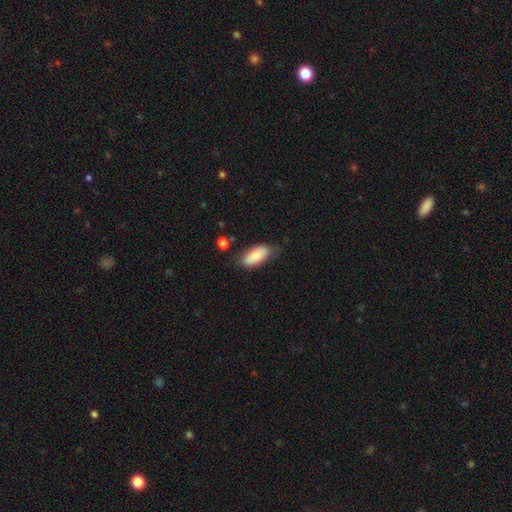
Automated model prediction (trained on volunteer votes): Smooth or featured: smooth — 82% (featured or disk — 11%)
How rounded: in between — 90% (cigar-shaped — 8%)
Merging: none — 66% (minor disturbance — 25%)